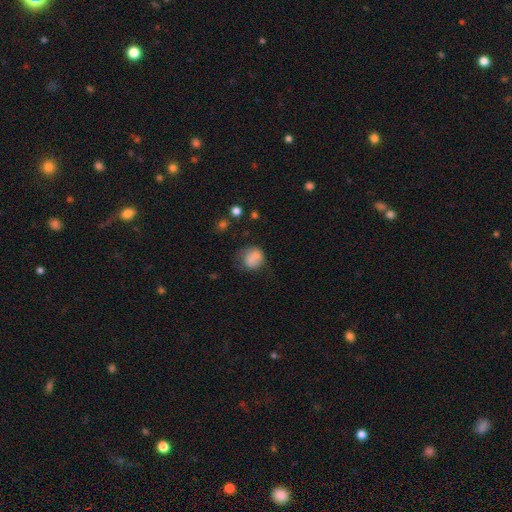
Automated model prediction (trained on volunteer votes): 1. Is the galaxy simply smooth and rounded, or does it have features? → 77% smooth, 12% featured or disk, 10% star or artifact.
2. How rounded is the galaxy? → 70% round, 30% in between, 1% cigar-shaped.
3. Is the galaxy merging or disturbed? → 50% none, 28% minor disturbance, 15% major disturbance, 8% merger.